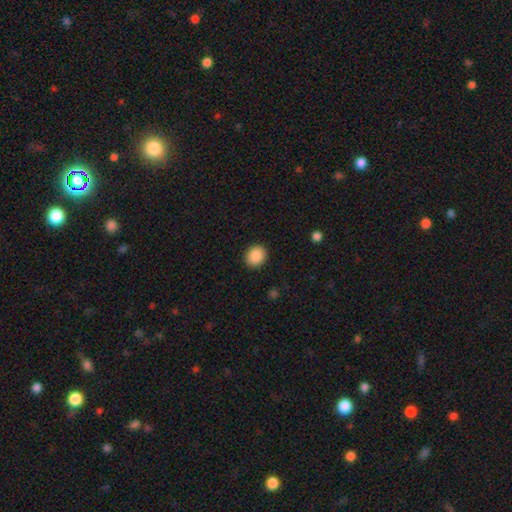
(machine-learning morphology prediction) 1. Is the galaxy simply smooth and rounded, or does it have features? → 89% smooth, 8% star or artifact, 3% featured or disk.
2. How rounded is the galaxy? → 71% round, 28% in between, 1% cigar-shaped.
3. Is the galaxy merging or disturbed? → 91% none, 6% minor disturbance, 2% major disturbance, 1% merger.